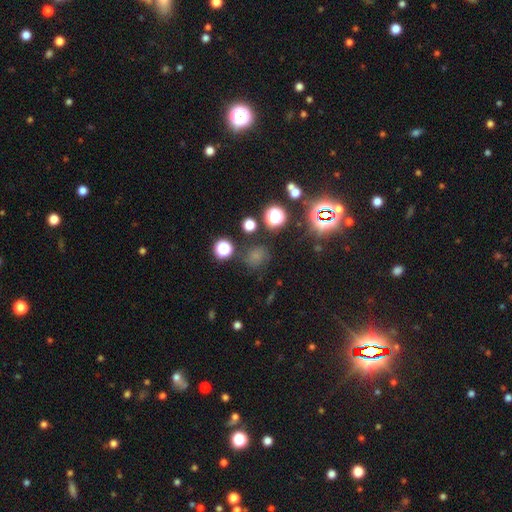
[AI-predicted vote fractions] Smooth or featured? Predicted: smooth (p=0.58). How rounded? Predicted: round (p=0.81). Merging? Predicted: none (p=0.74).